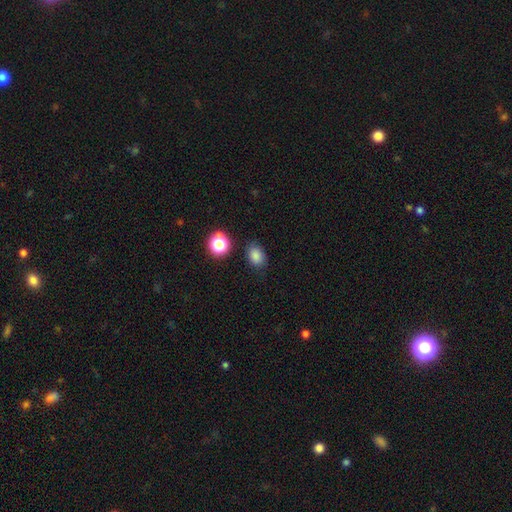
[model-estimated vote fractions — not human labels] Smooth or featured?
  - smooth: 81% *
  - star or artifact: 14%
  - featured or disk: 5%
How rounded?
  - in between: 68% *
  - round: 31%
  - cigar-shaped: 1%
Merging?
  - none: 80% *
  - minor disturbance: 13%
  - major disturbance: 3%
  - merger: 3%